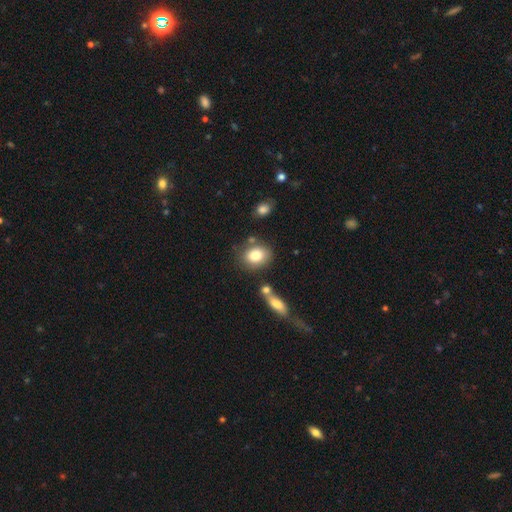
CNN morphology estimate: Q: Smooth or featured?
A: smooth (81%); runner-up: featured or disk (11%)
Q: How rounded?
A: in between (53%); runner-up: round (45%)
Q: Merging?
A: none (69%); runner-up: minor disturbance (14%)